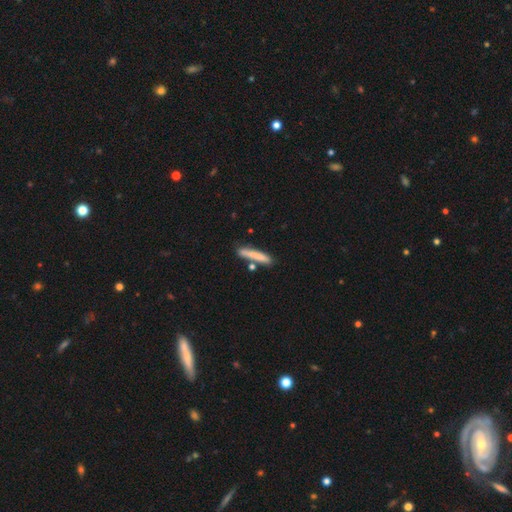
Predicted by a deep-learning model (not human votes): Morphology: type=smooth (78%); roundness=cigar-shaped (92%); merging=none (73%).